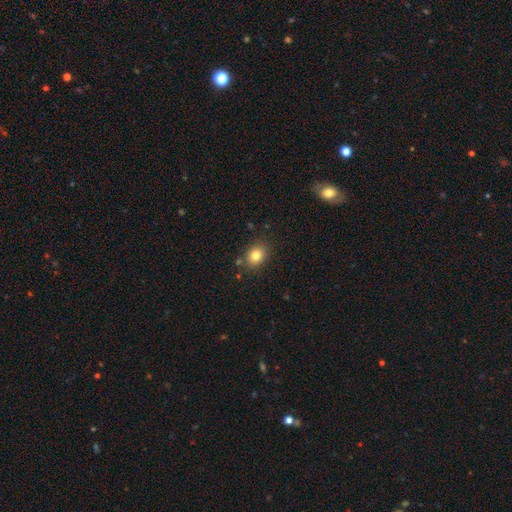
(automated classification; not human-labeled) smooth_or_featured: smooth (p=0.82) [alt: star or artifact p=0.10]
how_rounded: round (p=0.50) [alt: in between p=0.49]
merging: none (p=0.82) [alt: minor disturbance p=0.11]